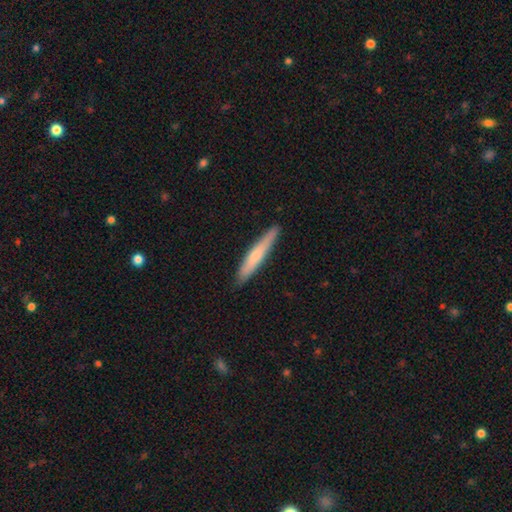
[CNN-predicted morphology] type=smooth (63%); roundness=cigar-shaped (94%); merging=none (89%).